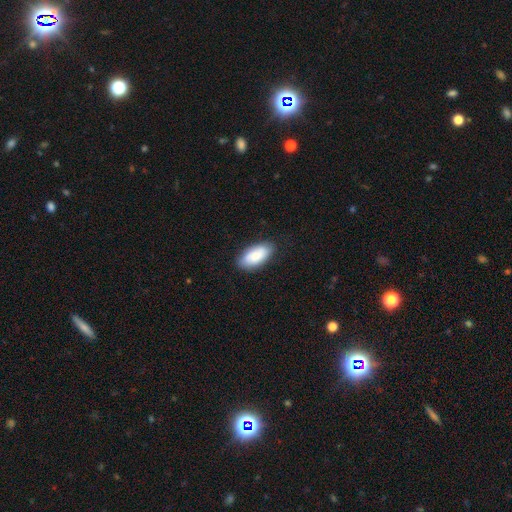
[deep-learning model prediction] Smooth or featured: smooth — 83% (featured or disk — 11%)
How rounded: in between — 92% (cigar-shaped — 6%)
Merging: none — 83% (minor disturbance — 14%)